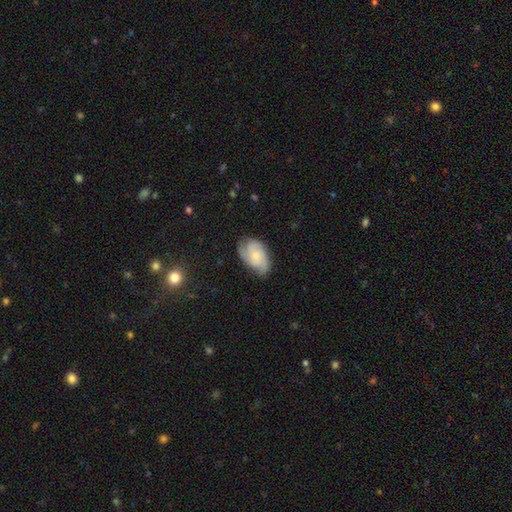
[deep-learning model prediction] Q: Smooth or featured?
A: featured or disk (59%); runner-up: smooth (34%)
Q: Edge-on disk?
A: no (97%); runner-up: yes (3%)
Q: Bar?
A: no (75%); runner-up: weak (21%)
Q: Spiral arms?
A: yes (91%); runner-up: no (9%)
Q: Spiral winding?
A: medium (43%); runner-up: tight (40%)
Q: Spiral arm count?
A: 2 (35%); runner-up: 3 (31%)
Q: Bulge size?
A: small (57%); runner-up: moderate (32%)
Q: Merging?
A: none (65%); runner-up: minor disturbance (26%)